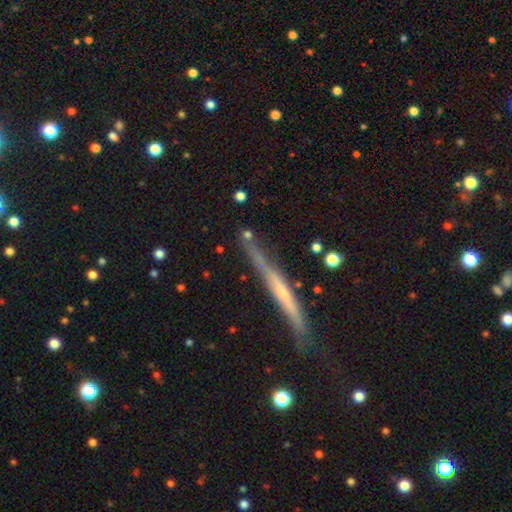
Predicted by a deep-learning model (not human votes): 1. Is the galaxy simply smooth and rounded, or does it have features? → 60% featured or disk, 33% smooth, 7% star or artifact.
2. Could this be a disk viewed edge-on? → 93% yes, 7% no.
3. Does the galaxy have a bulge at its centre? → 63% none, 27% rounded, 10% boxy.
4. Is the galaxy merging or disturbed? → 68% none, 22% minor disturbance, 5% major disturbance, 5% merger.